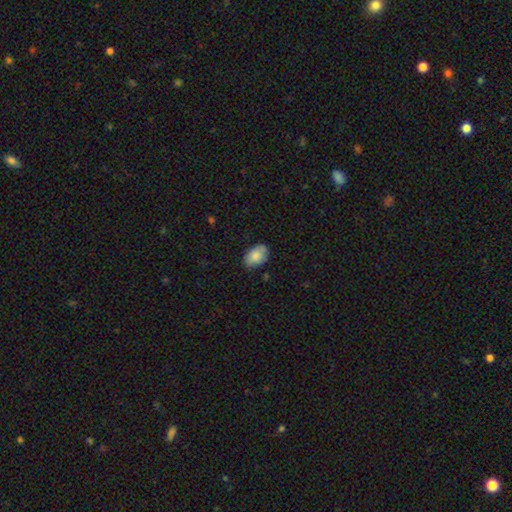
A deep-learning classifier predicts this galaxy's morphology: A smooth galaxy with no disk features (84%) that is in between round and cigar-shaped (89%). Merging: none (76%).